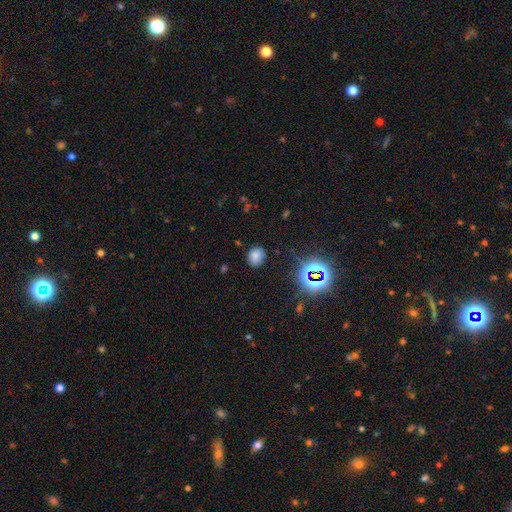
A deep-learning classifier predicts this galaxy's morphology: smooth-or-featured: smooth: 70% | star or artifact: 22% | featured or disk: 8%
  how-rounded: round: 55% | in between: 44% | cigar-shaped: 1%
  merging: none: 80% | minor disturbance: 15% | major disturbance: 4% | merger: 2%